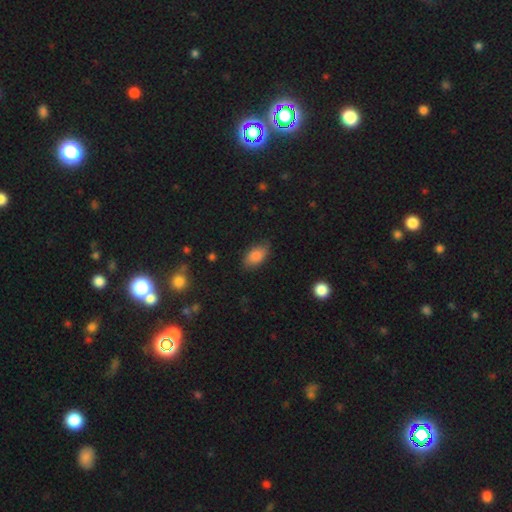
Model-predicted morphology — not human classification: This is clearly a smooth galaxy (83%). How rounded: clearly in between (91%). Merging: likely none (73%).